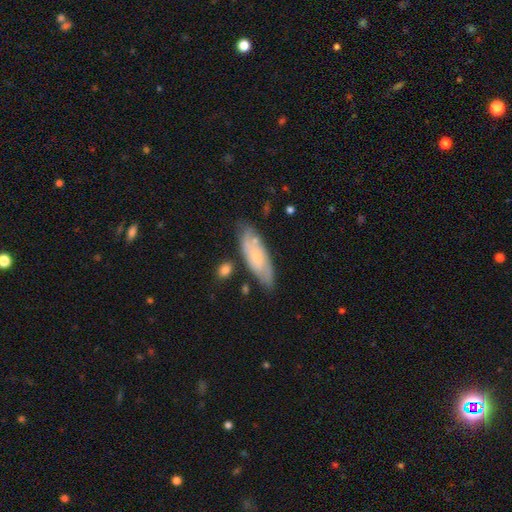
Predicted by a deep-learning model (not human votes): featured or disk 48%, smooth 46%, star or artifact 6%. Down the decision tree: merging — none (71%).